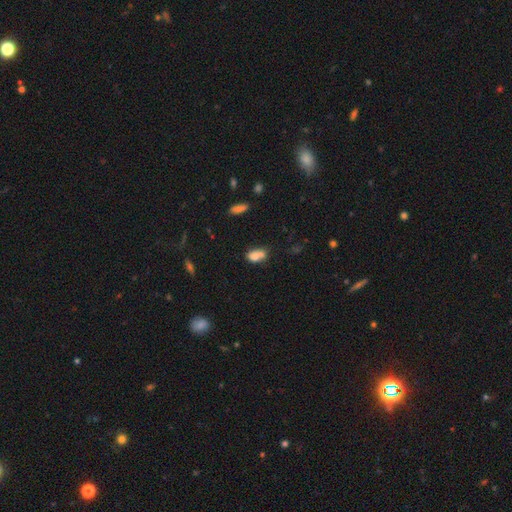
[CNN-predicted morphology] smooth-or-featured: smooth: 72% | featured or disk: 17% | star or artifact: 11%
  how-rounded: in between: 73% | round: 23% | cigar-shaped: 4%
  merging: merger: 54% | none: 27% | minor disturbance: 13% | major disturbance: 6%